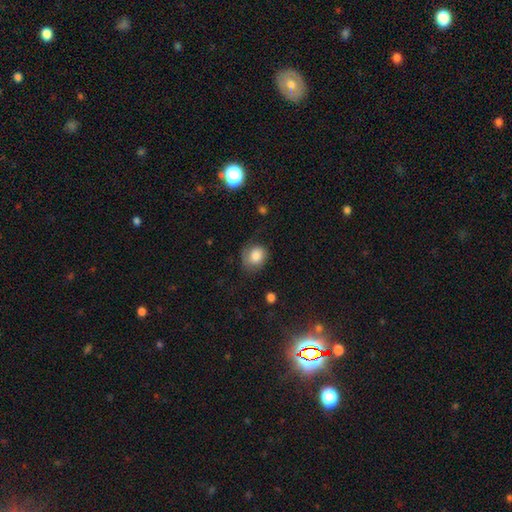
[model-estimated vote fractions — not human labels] Smooth or featured: smooth — 79% (featured or disk — 13%)
How rounded: round — 67% (in between — 33%)
Merging: none — 58% (minor disturbance — 27%)